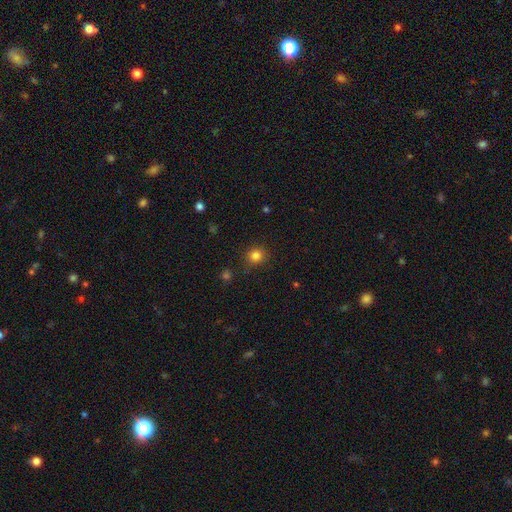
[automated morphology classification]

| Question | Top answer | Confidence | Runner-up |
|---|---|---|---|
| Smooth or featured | smooth | 82% | star or artifact (14%) |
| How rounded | round | 88% | in between (11%) |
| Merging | none | 88% | minor disturbance (8%) |